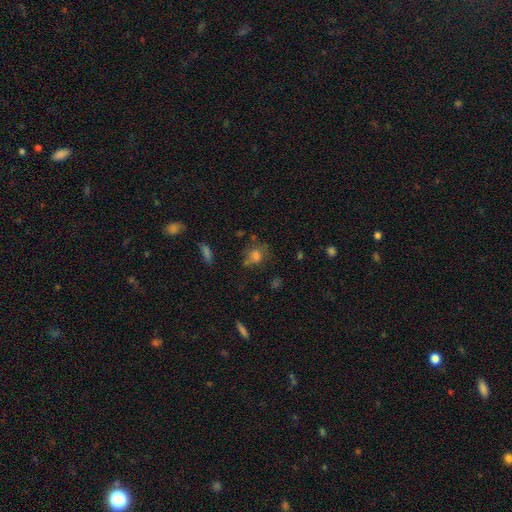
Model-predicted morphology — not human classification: smooth-or-featured: smooth: 71% | star or artifact: 15% | featured or disk: 14%
  how-rounded: round: 65% | in between: 33% | cigar-shaped: 2%
  merging: none: 58% | minor disturbance: 21% | merger: 11% | major disturbance: 10%